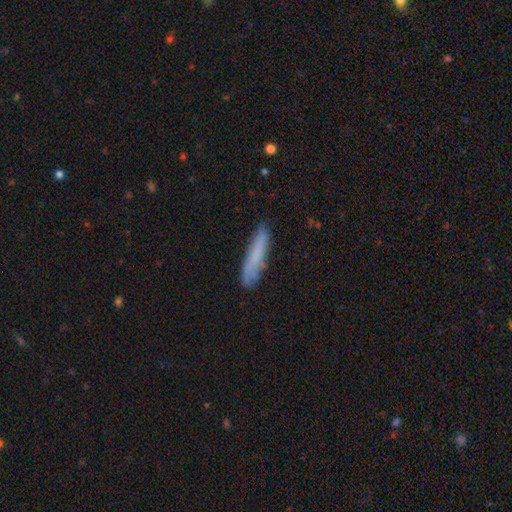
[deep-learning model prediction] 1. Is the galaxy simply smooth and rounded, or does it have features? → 71% smooth, 22% featured or disk, 7% star or artifact.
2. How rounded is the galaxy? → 89% cigar-shaped, 10% in between, 1% round.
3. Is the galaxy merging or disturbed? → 80% none, 16% minor disturbance, 3% major disturbance, 2% merger.